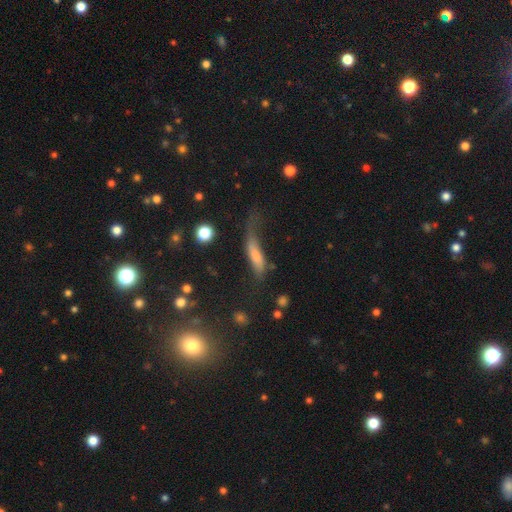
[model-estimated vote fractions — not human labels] Smooth or featured?
  - smooth: 64% *
  - featured or disk: 27%
  - star or artifact: 8%
How rounded?
  - cigar-shaped: 63% *
  - in between: 33%
  - round: 4%
Merging?
  - major disturbance: 37% *
  - none: 30%
  - minor disturbance: 27%
  - merger: 6%